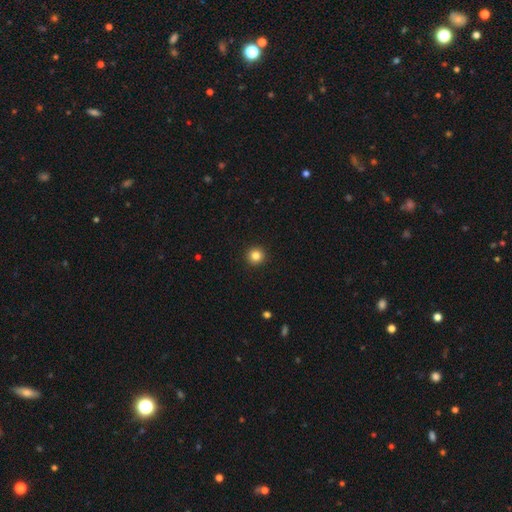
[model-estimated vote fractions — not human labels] Overall: smooth (84%). How rounded: round (96%). Merging: none (94%).